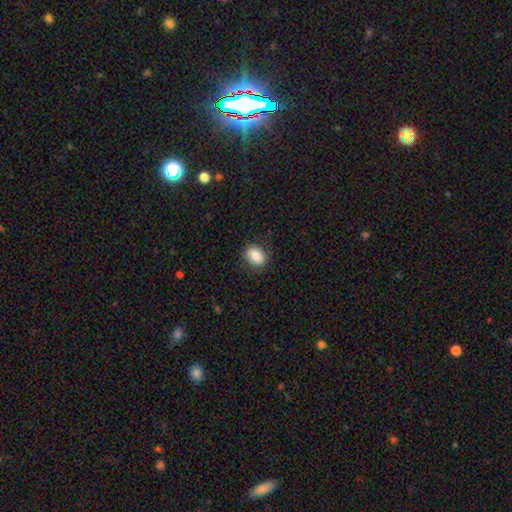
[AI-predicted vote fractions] Smooth or featured?
  - smooth: 82% *
  - featured or disk: 10%
  - star or artifact: 9%
How rounded?
  - in between: 59% *
  - round: 40%
  - cigar-shaped: 1%
Merging?
  - none: 86% *
  - minor disturbance: 10%
  - major disturbance: 3%
  - merger: 1%